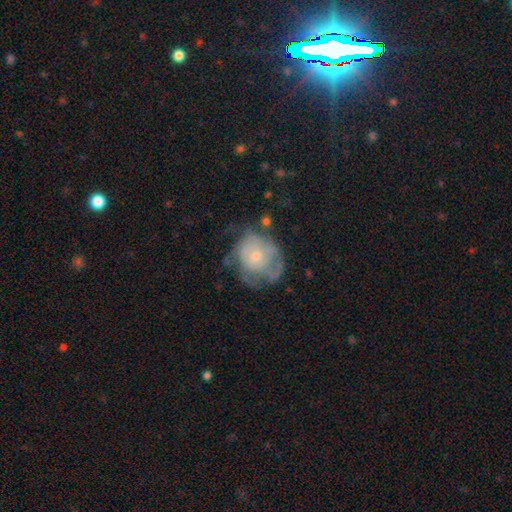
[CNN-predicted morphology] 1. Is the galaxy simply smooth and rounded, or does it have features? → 59% featured or disk, 33% smooth, 8% star or artifact.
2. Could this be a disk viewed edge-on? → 97% no, 3% yes.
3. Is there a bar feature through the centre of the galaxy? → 84% no, 14% weak, 2% strong.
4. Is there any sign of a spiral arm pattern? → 52% yes, 48% no.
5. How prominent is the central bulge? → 49% small, 44% moderate, 3% none, 3% large, 1% dominant.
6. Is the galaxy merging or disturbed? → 44% none, 28% minor disturbance, 25% major disturbance, 3% merger.